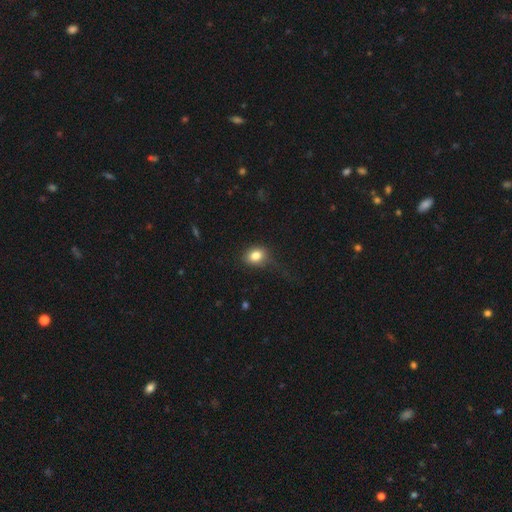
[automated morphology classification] Smooth or featured? smooth (81%)
How rounded? in between (50%)
Merging? none (67%)